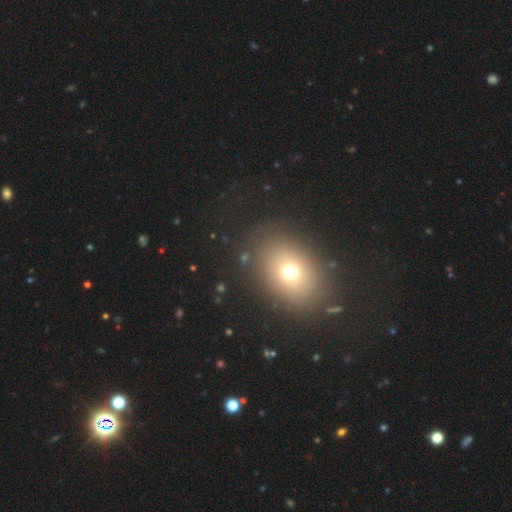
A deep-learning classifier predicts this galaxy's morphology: Smooth or featured?
  - smooth: 65% *
  - star or artifact: 22%
  - featured or disk: 13%
How rounded?
  - in between: 59% *
  - round: 40%
  - cigar-shaped: 1%
Merging?
  - none: 86% *
  - minor disturbance: 8%
  - major disturbance: 4%
  - merger: 2%